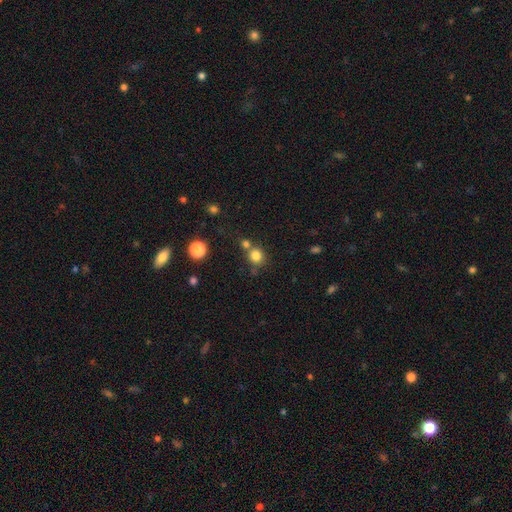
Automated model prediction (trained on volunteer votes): The model was most divided on "merging": none: 63%, merger: 24%, minor disturbance: 9%, major disturbance: 4%. More confident: how rounded — round (85%); smooth or featured — smooth (80%).